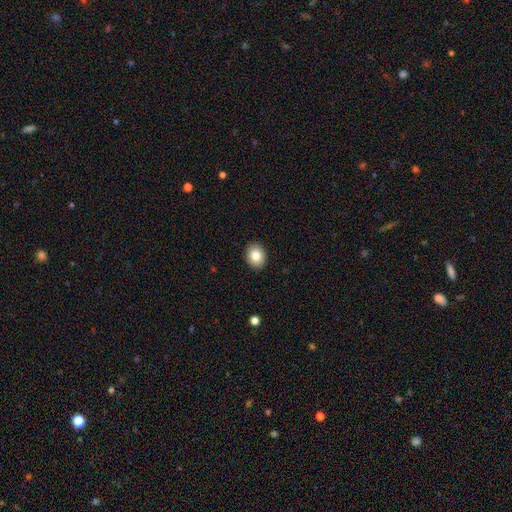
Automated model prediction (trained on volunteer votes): smooth 84%, star or artifact 8%, featured or disk 8%. Down the decision tree: how rounded — round (51%); merging — none (91%).